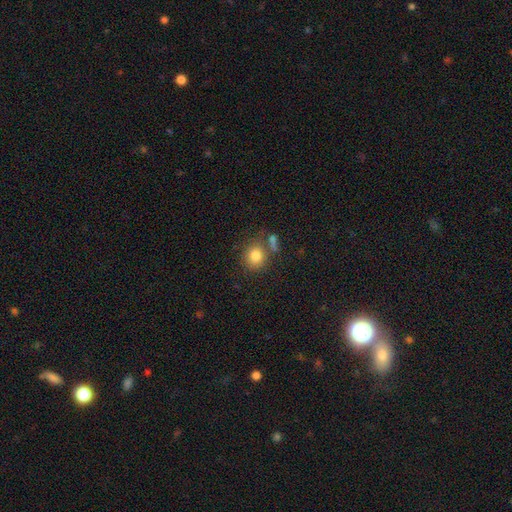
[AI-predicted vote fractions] Smooth or featured? smooth (82%)
How rounded? round (82%)
Merging? none (69%)